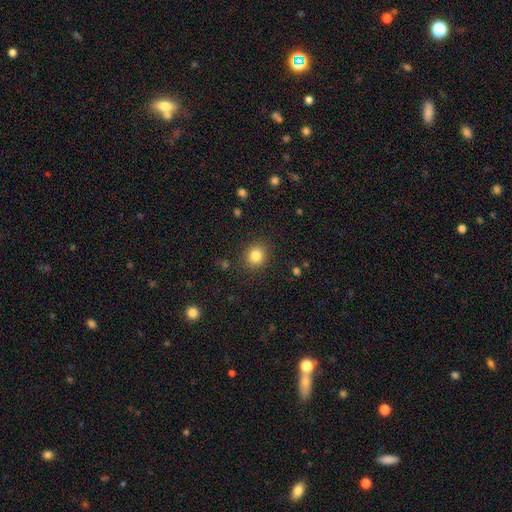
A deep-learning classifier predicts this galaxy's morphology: Smooth or featured?
  - smooth: 83% *
  - star or artifact: 11%
  - featured or disk: 6%
How rounded?
  - round: 82% *
  - in between: 17%
  - cigar-shaped: 1%
Merging?
  - none: 88% *
  - minor disturbance: 8%
  - major disturbance: 3%
  - merger: 1%